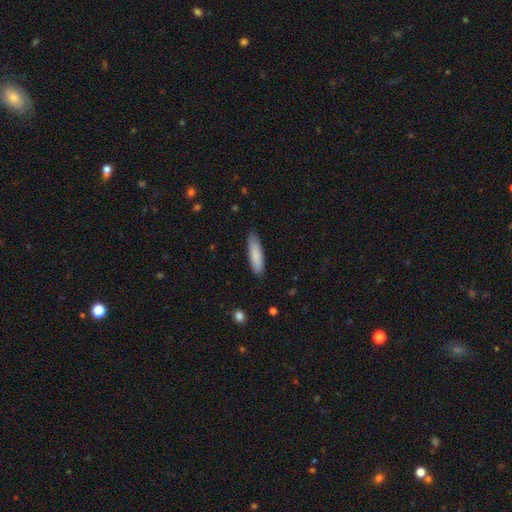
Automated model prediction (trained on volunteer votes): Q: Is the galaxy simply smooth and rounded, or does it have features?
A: smooth — 85%.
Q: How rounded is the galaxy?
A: cigar-shaped — 58%.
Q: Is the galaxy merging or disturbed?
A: none — 82%.